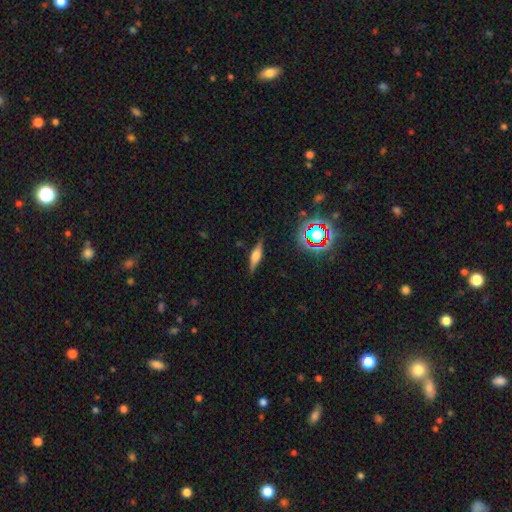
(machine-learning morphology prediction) Overall: featured or disk (55%; smooth 34%). Edge-on disk: yes (95%). Edge-on bulge: rounded (76%). Merging: none (85%).